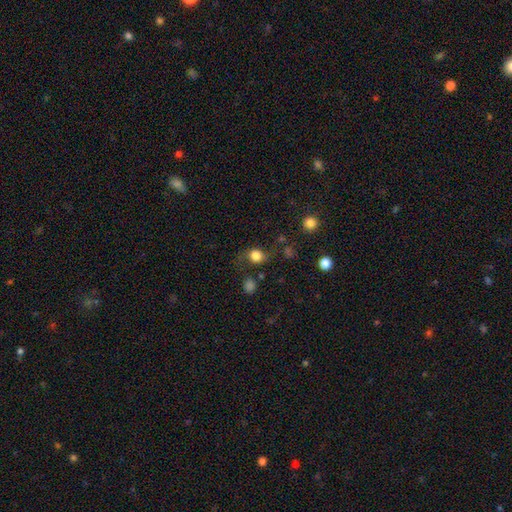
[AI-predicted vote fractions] Smooth or featured? smooth (78%)
How rounded? round (74%)
Merging? none (65%)